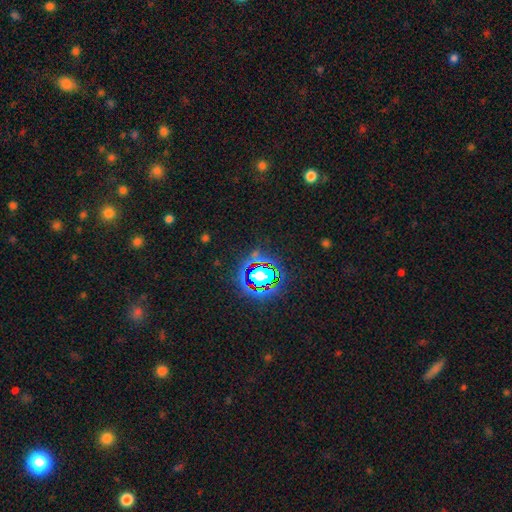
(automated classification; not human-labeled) Overall: star or artifact (74%).